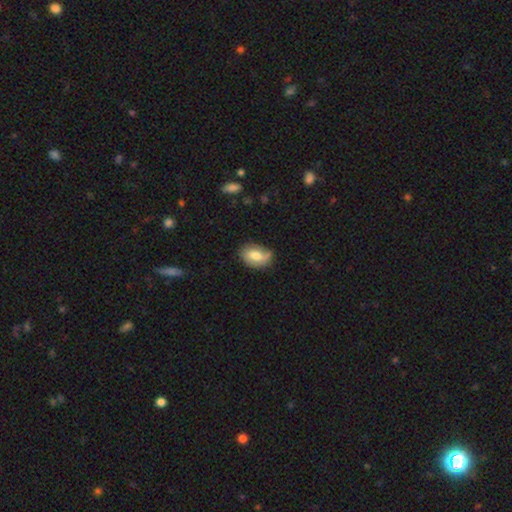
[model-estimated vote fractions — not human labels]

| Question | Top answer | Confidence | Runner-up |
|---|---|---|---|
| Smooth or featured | smooth | 63% | featured or disk (29%) |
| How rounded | in between | 85% | round (13%) |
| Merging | none | 61% | minor disturbance (29%) |